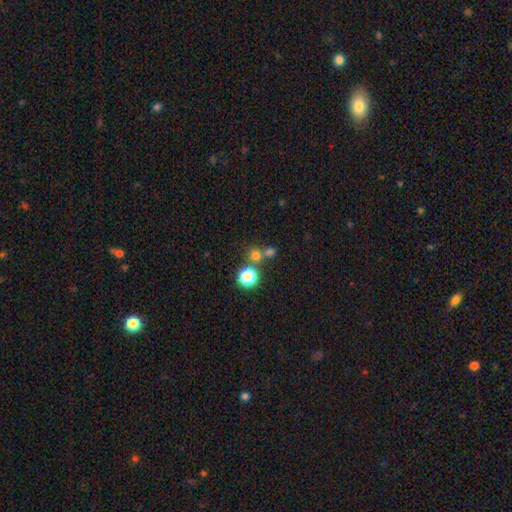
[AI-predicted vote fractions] A smooth galaxy with no disk features (70%) that is round (89%).

Vote fractions:
- Smooth or featured? smooth: 70% / star or artifact: 22% / featured or disk: 8%
- How rounded? round: 89% / in between: 10% / cigar-shaped: 1%
- Merging? none: 59% / merger: 31% / minor disturbance: 7% / major disturbance: 4%